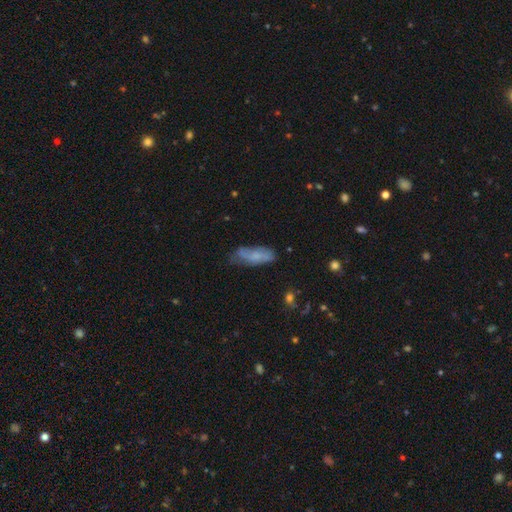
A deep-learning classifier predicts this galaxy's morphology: Smooth or featured? smooth (63%)
How rounded? in between (61%)
Merging? none (54%)